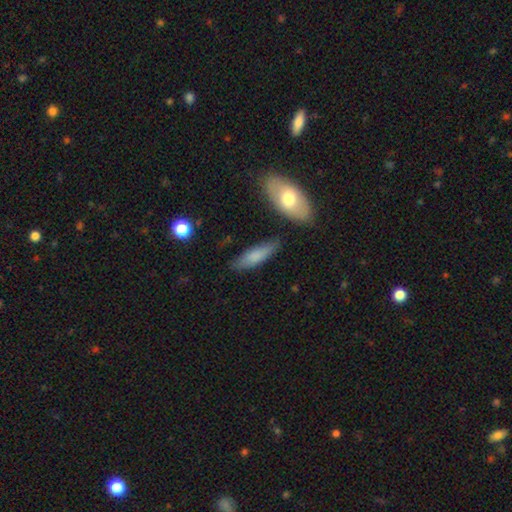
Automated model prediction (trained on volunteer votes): smooth_or_featured: smooth (p=0.75) [alt: featured or disk p=0.19]
how_rounded: cigar-shaped (p=0.56) [alt: in between p=0.42]
merging: none (p=0.79) [alt: minor disturbance p=0.14]